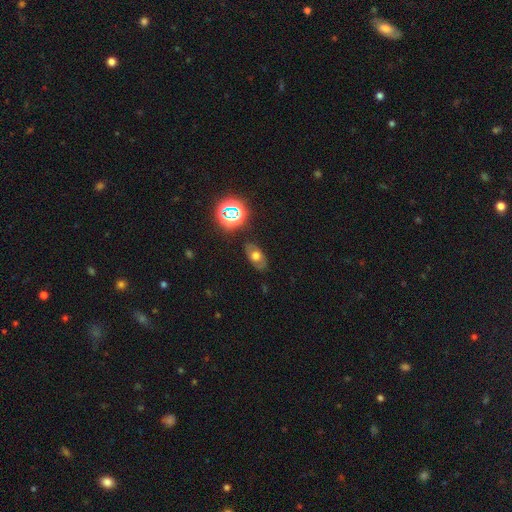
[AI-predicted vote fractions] Morphology: type=smooth (50%); roundness=in between (85%); merging=none (78%).